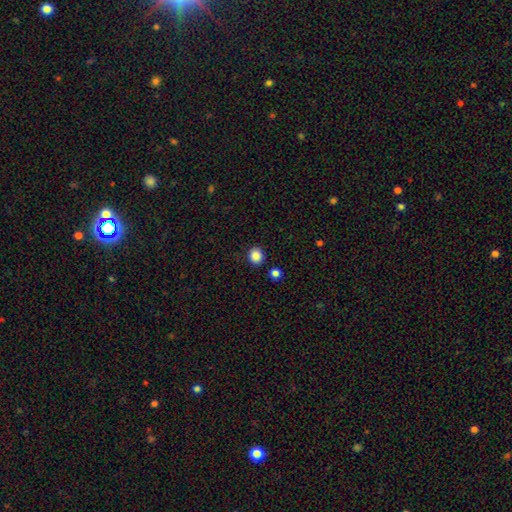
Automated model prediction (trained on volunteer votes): A smooth galaxy with no disk features (87%) that is round (79%). Merging: none (87%).